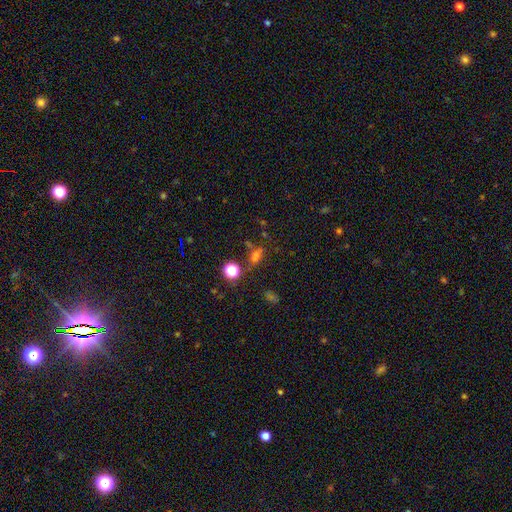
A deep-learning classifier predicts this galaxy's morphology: Smooth or featured? Predicted: smooth (p=0.48). Merging? Predicted: none (p=0.60).